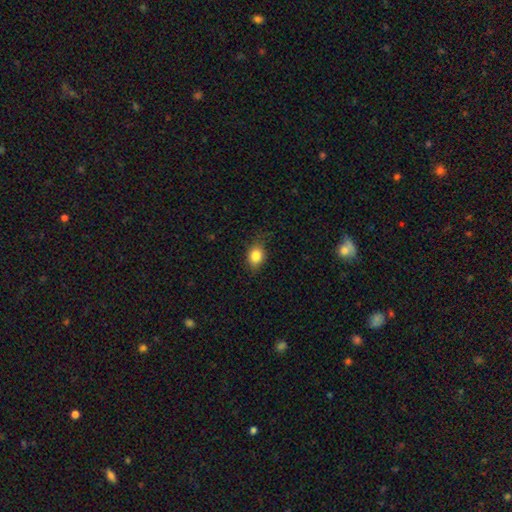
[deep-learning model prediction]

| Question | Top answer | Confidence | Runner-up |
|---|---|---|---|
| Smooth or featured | smooth | 84% | star or artifact (9%) |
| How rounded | in between | 62% | round (36%) |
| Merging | none | 75% | minor disturbance (19%) |